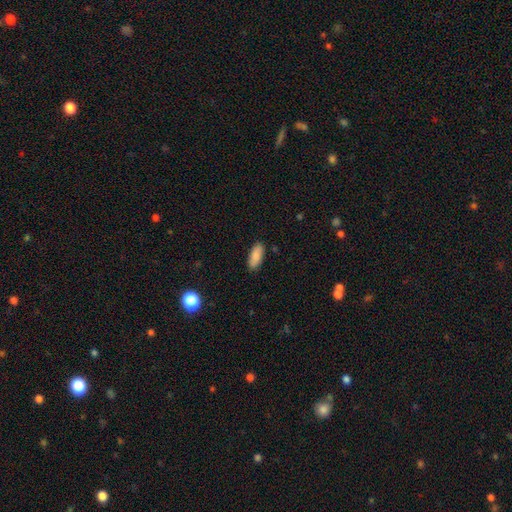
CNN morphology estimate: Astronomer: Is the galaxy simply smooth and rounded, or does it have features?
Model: smooth — 87%.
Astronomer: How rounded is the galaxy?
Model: in between — 80%.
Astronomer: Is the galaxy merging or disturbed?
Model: none — 86%.